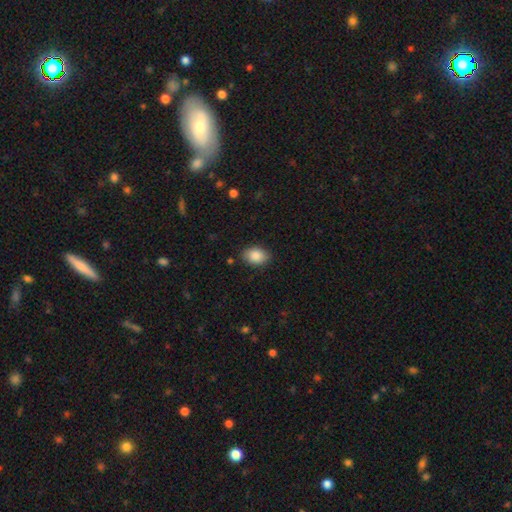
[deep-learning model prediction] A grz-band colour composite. It shows a smooth galaxy with no disk features (88%) that is in between round and cigar-shaped (80%). Merging: none (85%).